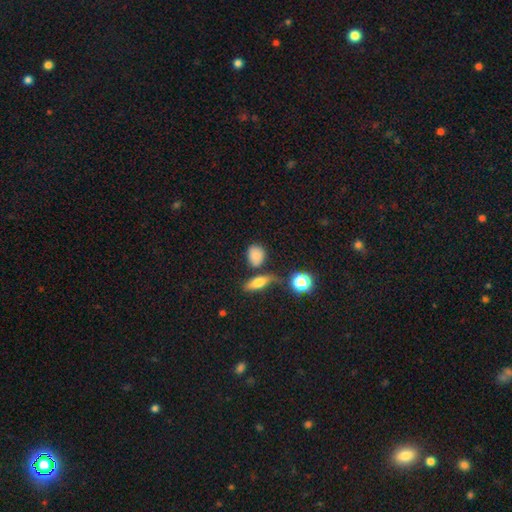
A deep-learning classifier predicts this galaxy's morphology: A smooth galaxy with no disk features (81%) that is round (56%). Merging: none (68%).